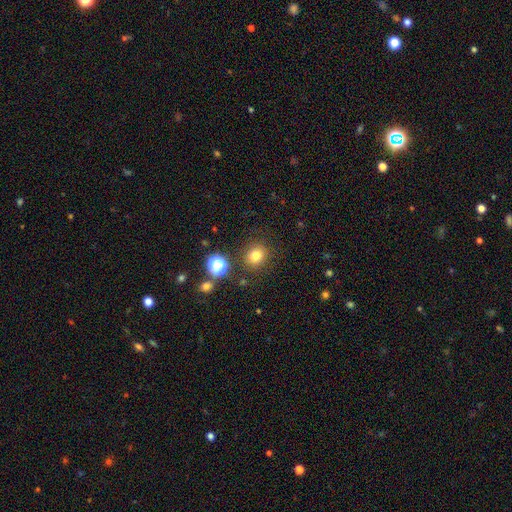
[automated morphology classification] Smooth or featured: smooth — 77% (star or artifact — 16%)
How rounded: round — 80% (in between — 19%)
Merging: none — 85% (minor disturbance — 8%)